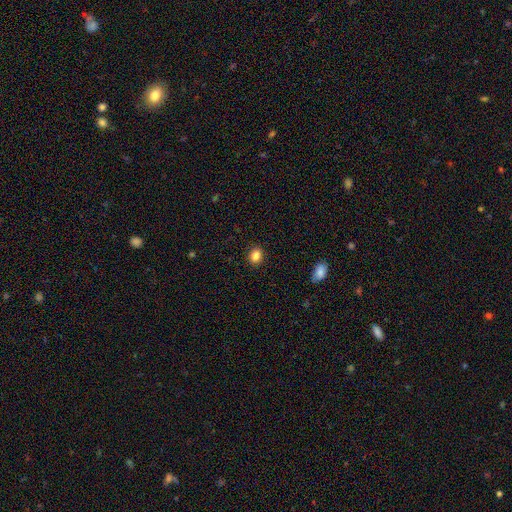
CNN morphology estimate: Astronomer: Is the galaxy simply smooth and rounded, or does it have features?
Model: smooth — 85%.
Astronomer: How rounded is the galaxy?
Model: round — 54% (runner-up: in between, 45%).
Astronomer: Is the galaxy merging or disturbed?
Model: none — 90%.